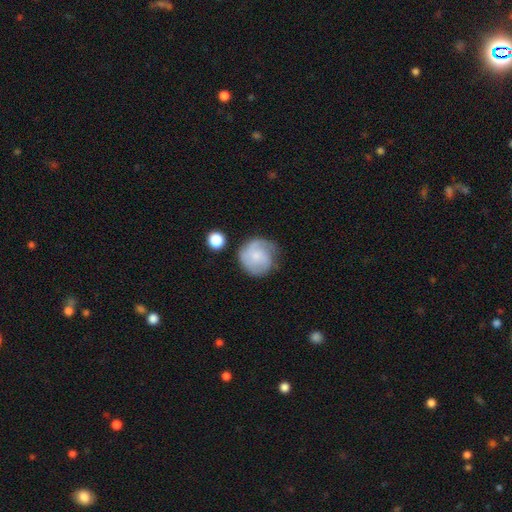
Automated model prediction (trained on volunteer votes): Smooth or featured: featured or disk — 51% (smooth — 41%)
Edge-on disk: no — 98% (yes — 2%)
Bar: no — 72% (weak — 25%)
Spiral arms: yes — 87% (no — 13%)
Bulge size: small — 56% (moderate — 27%)
Merging: none — 59% (minor disturbance — 25%)